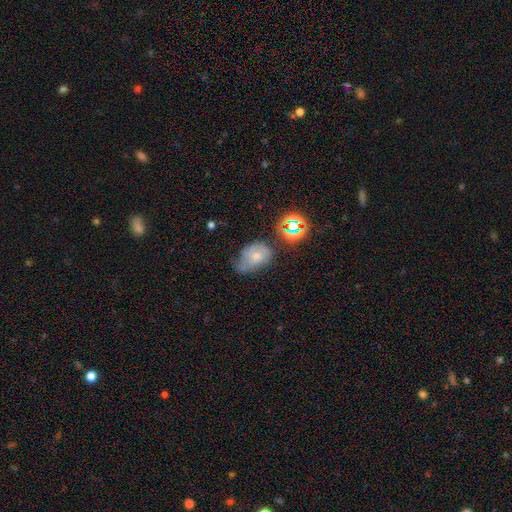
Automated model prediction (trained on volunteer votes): A smooth galaxy with no disk features (56%) that is in between round and cigar-shaped (74%).

Vote fractions:
- Smooth or featured? smooth: 56% / featured or disk: 25% / star or artifact: 19%
- How rounded? in between: 74% / round: 25% / cigar-shaped: 1%
- Merging? minor disturbance: 40% / none: 32% / major disturbance: 21% / merger: 7%